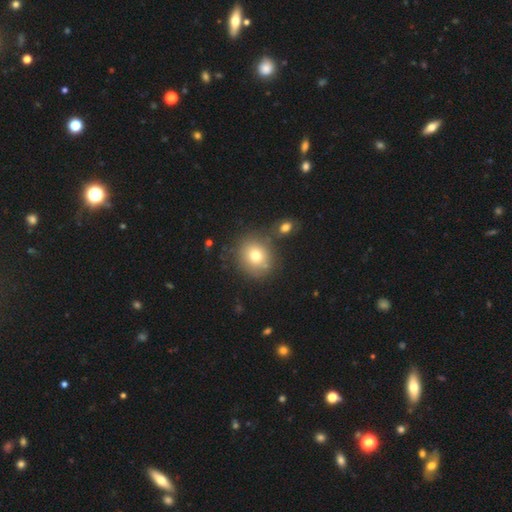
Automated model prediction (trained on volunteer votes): smooth 74%, featured or disk 14%, star or artifact 12%. Down the decision tree: how rounded — round (79%); merging — none (73%).